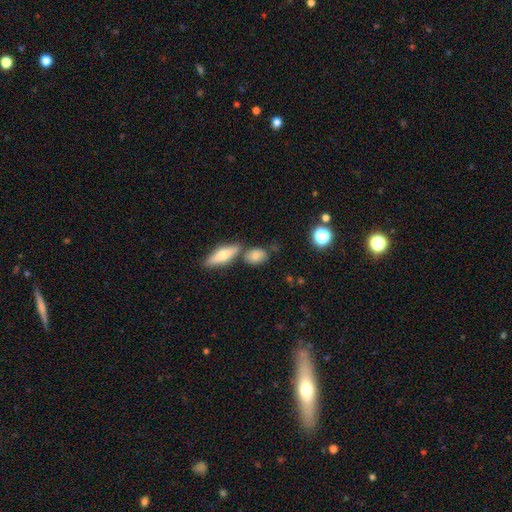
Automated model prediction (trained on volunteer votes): Overall: smooth (79%). How rounded: in between (72%). Merging: none (62%).